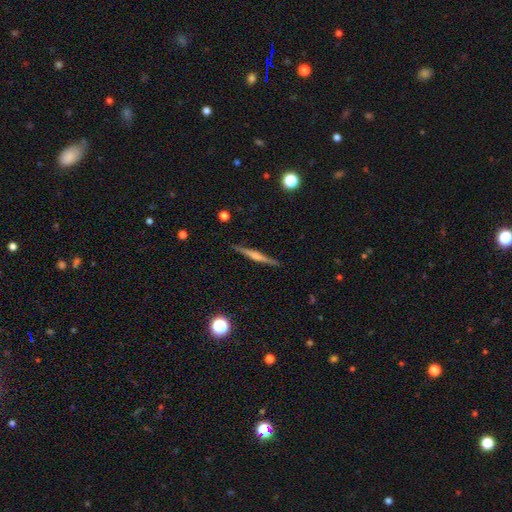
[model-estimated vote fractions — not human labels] featured or disk 66%, smooth 27%, star or artifact 7%. Down the decision tree: edge-on disk — yes (98%); edge-on bulge — rounded (63%); merging — none (90%).